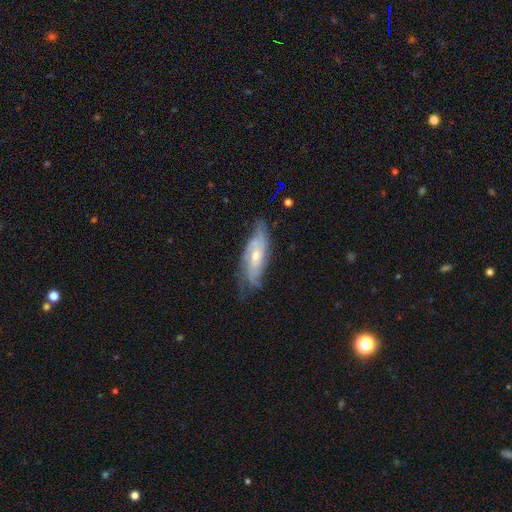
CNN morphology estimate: This appears to be a featured or disk galaxy (76%) with no bar (67%), tight (50%) spiral arms (91%) and a moderate central bulge (48%). Merging: none (68%).